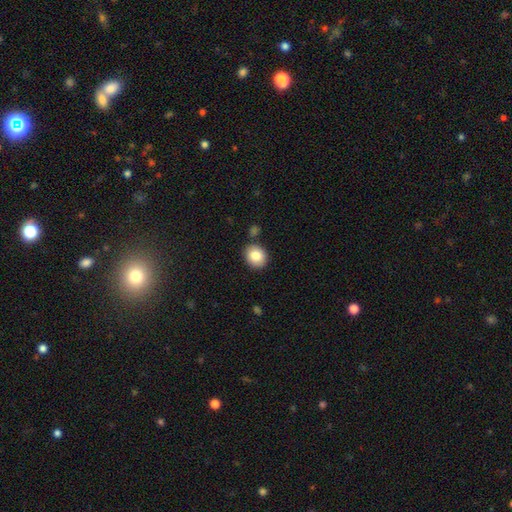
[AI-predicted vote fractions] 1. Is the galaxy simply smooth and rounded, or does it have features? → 83% smooth, 8% star or artifact, 8% featured or disk.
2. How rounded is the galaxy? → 68% round, 31% in between, 1% cigar-shaped.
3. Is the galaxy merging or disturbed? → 84% none, 9% minor disturbance, 5% merger, 2% major disturbance.